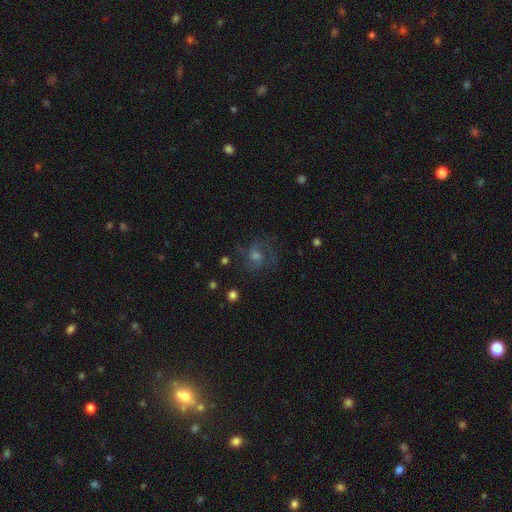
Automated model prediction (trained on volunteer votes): This appears to be a featured or disk galaxy (46%). Merging: none (68%).